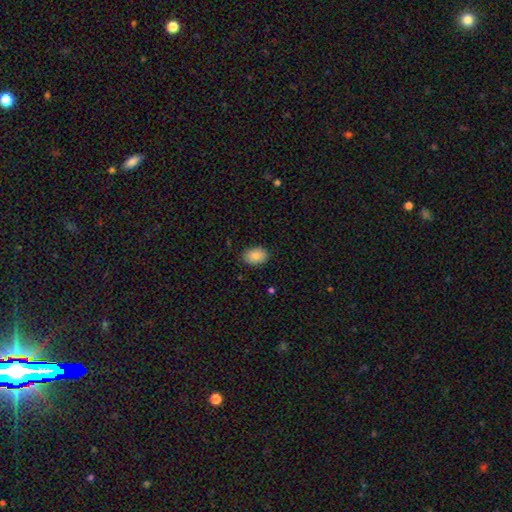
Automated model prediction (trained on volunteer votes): Smooth or featured?
  - smooth: 88% *
  - star or artifact: 7%
  - featured or disk: 5%
How rounded?
  - in between: 84% *
  - round: 15%
  - cigar-shaped: 1%
Merging?
  - none: 86% *
  - minor disturbance: 11%
  - major disturbance: 2%
  - merger: 1%